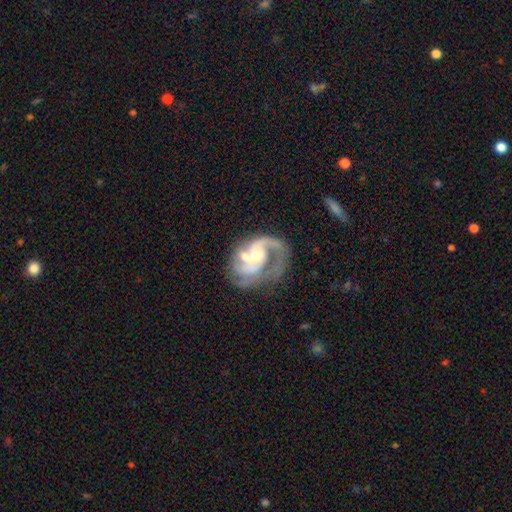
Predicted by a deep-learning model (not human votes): smooth-or-featured: featured or disk: 85% | smooth: 9% | star or artifact: 6%
  disk-edge-on: no: 98% | yes: 2%
    bar: no: 62% | weak: 31% | strong: 7%
    has-spiral-arms: yes: 93% | no: 7%
      spiral-winding: medium: 46% | tight: 28% | loose: 26%
      spiral-arm-count: 2: 43% | 1: 26% | 3: 13% | can't tell: 12% | 4: 3% | more than 4: 3%
    bulge-size: moderate: 57% | small: 33% | large: 6% | none: 3% | dominant: 1%
  merging: none: 39% | major disturbance: 25% | merger: 19% | minor disturbance: 18%